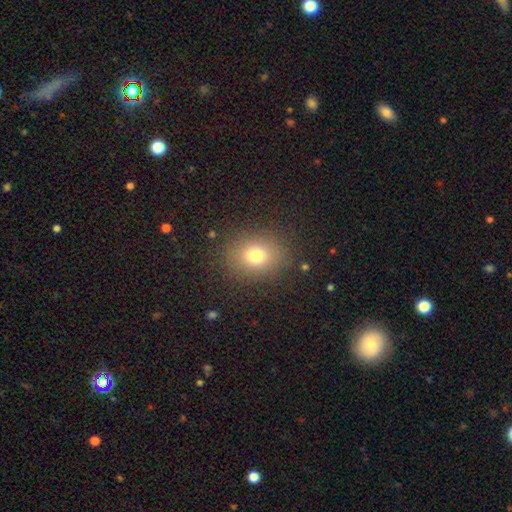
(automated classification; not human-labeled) Morphology: type=smooth (75%); roundness=round (60%); merging=none (86%).